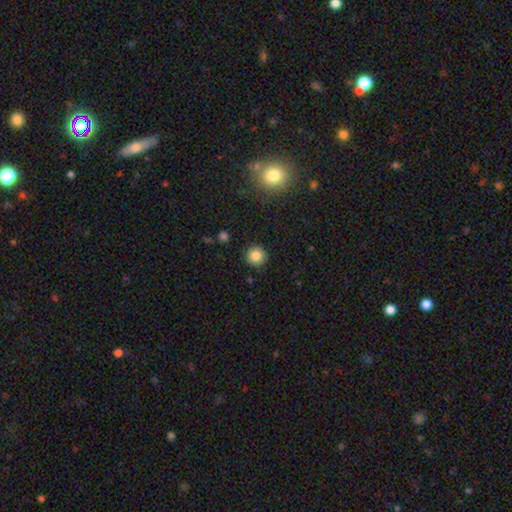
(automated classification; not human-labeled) smooth 83%, star or artifact 11%, featured or disk 6%. Down the decision tree: how rounded — round (94%); merging — none (91%).